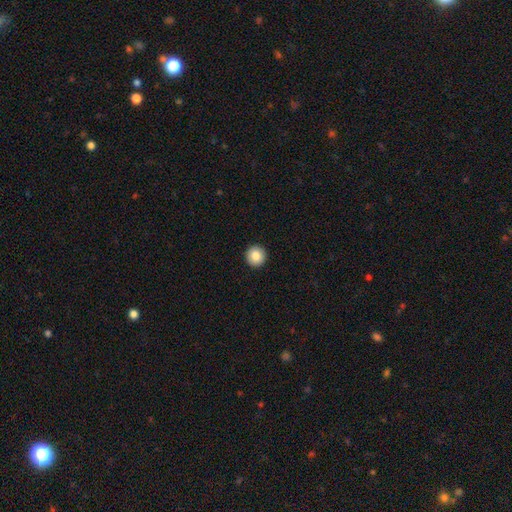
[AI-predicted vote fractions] Smooth or featured?
  - smooth: 85% *
  - star or artifact: 9%
  - featured or disk: 6%
How rounded?
  - round: 96% *
  - in between: 3%
  - cigar-shaped: 1%
Merging?
  - none: 94% *
  - minor disturbance: 4%
  - major disturbance: 1%
  - merger: 1%